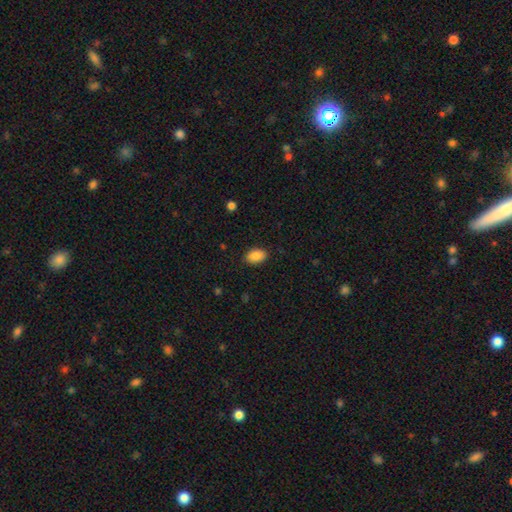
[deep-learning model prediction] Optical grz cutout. It shows a smooth galaxy with no disk features (88%) that is in between round and cigar-shaped (88%). Merging: none (87%).